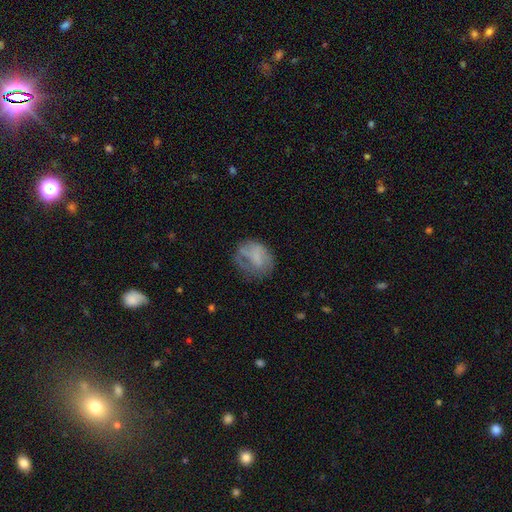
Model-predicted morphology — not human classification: A smooth galaxy with no disk features (58%) that is round (58%).

Vote fractions:
- Smooth or featured? smooth: 58% / featured or disk: 31% / star or artifact: 10%
- How rounded? round: 58% / in between: 41% / cigar-shaped: 1%
- Merging? none: 46% / minor disturbance: 27% / major disturbance: 25% / merger: 2%